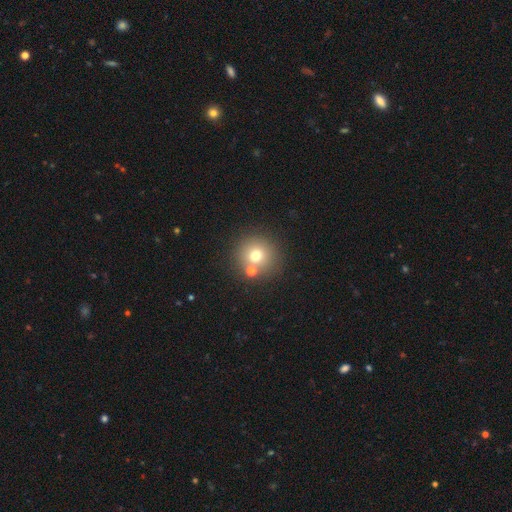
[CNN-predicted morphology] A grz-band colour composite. It shows a smooth galaxy with no disk features (72%) that is round (94%). Merging: none (75%).